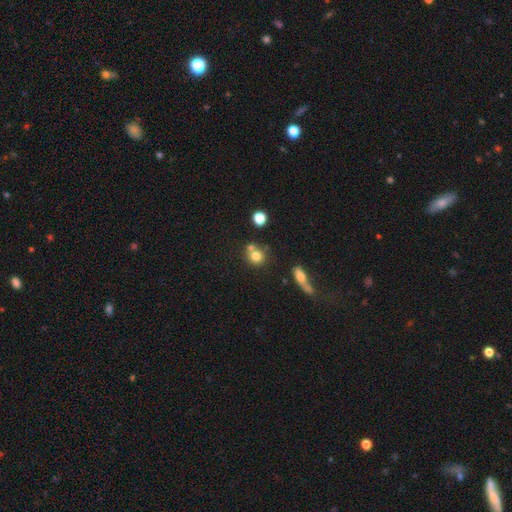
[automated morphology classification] Smooth or featured? Predicted: smooth (p=0.75). How rounded? Predicted: round (p=0.85). Merging? Predicted: none (p=0.50).